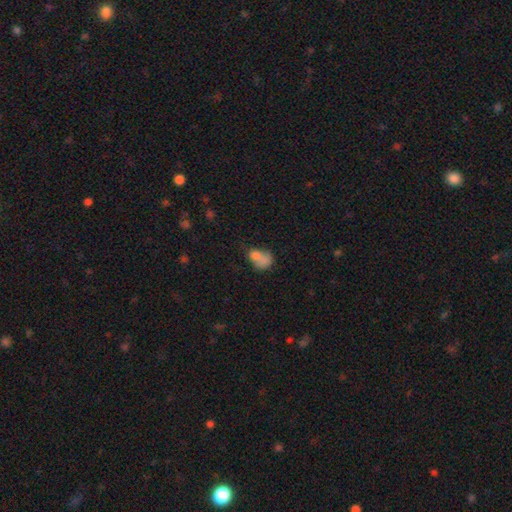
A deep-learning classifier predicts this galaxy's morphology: A smooth galaxy with no disk features (65%) that is in between round and cigar-shaped (60%). Merging: merger (44%).